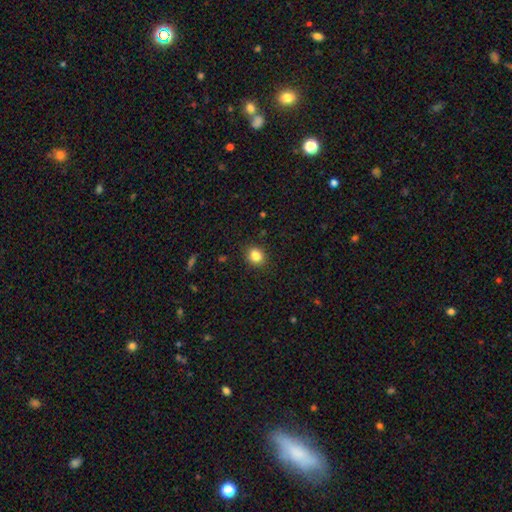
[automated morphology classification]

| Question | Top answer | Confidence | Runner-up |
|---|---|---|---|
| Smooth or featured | smooth | 84% | star or artifact (11%) |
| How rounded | round | 65% | in between (34%) |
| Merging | none | 89% | minor disturbance (8%) |